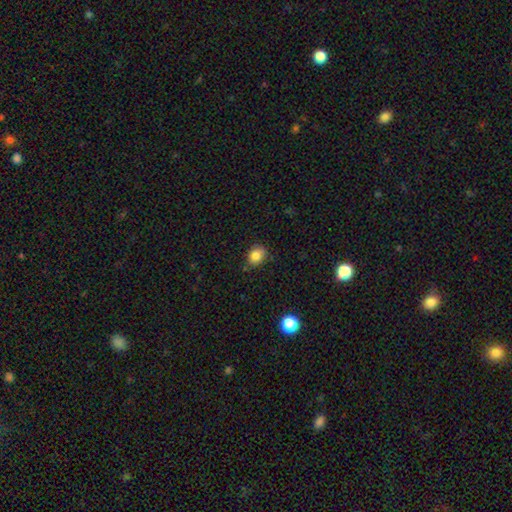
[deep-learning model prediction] Smooth or featured? Predicted: smooth (p=0.85). How rounded? Predicted: in between (p=0.51). Merging? Predicted: none (p=0.76).